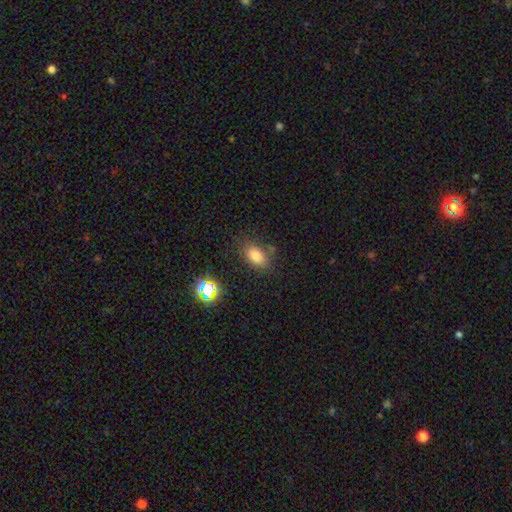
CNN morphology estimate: Overall: smooth (76%). How rounded: in between (83%). Merging: none (74%).